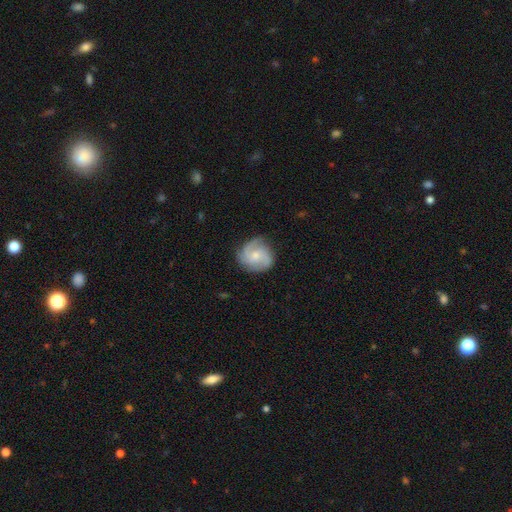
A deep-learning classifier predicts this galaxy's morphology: type=featured or disk (77%); edge-on=no (98%); bar=no (65%); spiral arms=yes (97%); winding=medium (49%); arm count=3 (49%); bulge=small (50%); merging=none (77%).